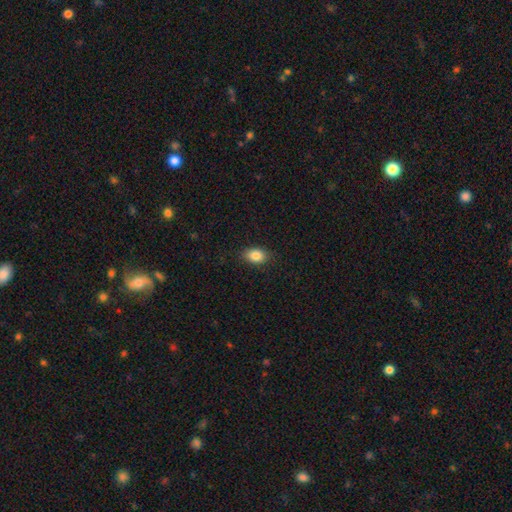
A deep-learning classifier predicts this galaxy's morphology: A smooth galaxy with no disk features (86%) that is in between round and cigar-shaped (83%).

Vote fractions:
- Smooth or featured? smooth: 86% / star or artifact: 8% / featured or disk: 6%
- How rounded? in between: 83% / round: 15% / cigar-shaped: 2%
- Merging? none: 87% / minor disturbance: 10% / major disturbance: 2% / merger: 1%